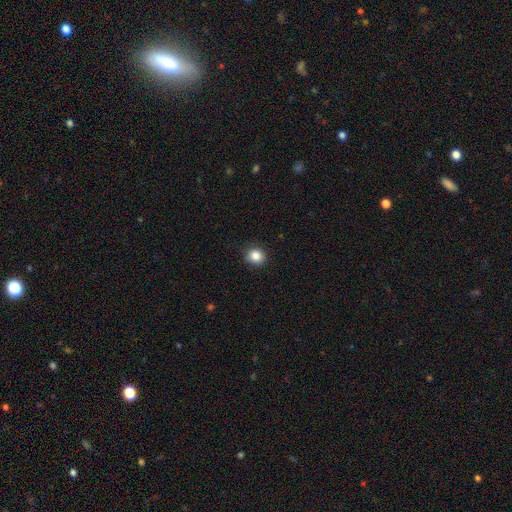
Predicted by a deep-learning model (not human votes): Smooth or featured: smooth — 86% (star or artifact — 10%)
How rounded: round — 84% (in between — 15%)
Merging: none — 87% (minor disturbance — 10%)